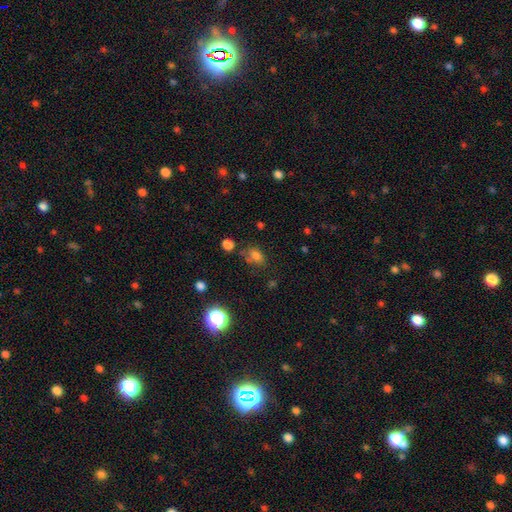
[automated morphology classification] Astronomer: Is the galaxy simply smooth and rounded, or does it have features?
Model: smooth — 73%.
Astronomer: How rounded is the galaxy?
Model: in between — 69%.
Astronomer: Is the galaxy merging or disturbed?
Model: none — 61%.